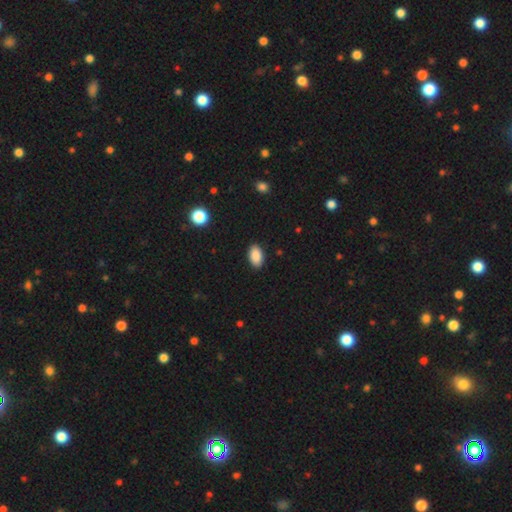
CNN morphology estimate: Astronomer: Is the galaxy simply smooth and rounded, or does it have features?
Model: smooth — 89%.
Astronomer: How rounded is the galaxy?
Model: in between — 93%.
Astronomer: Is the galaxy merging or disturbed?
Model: none — 89%.